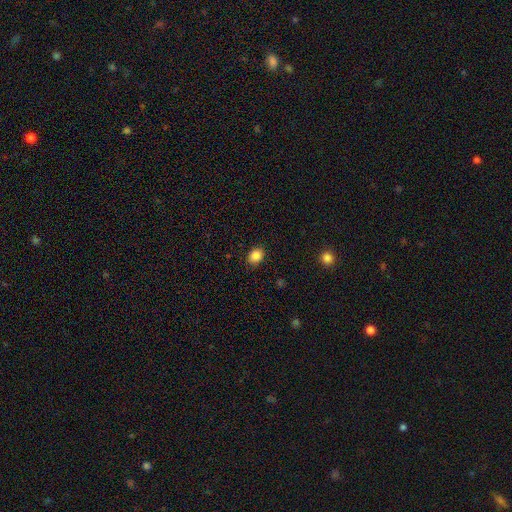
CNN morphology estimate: A smooth galaxy with no disk features (86%) that is in between round and cigar-shaped (54%).

Vote fractions:
- Smooth or featured? smooth: 86% / star or artifact: 10% / featured or disk: 4%
- How rounded? in between: 54% / round: 45% / cigar-shaped: 1%
- Merging? none: 86% / minor disturbance: 10% / major disturbance: 2% / merger: 1%